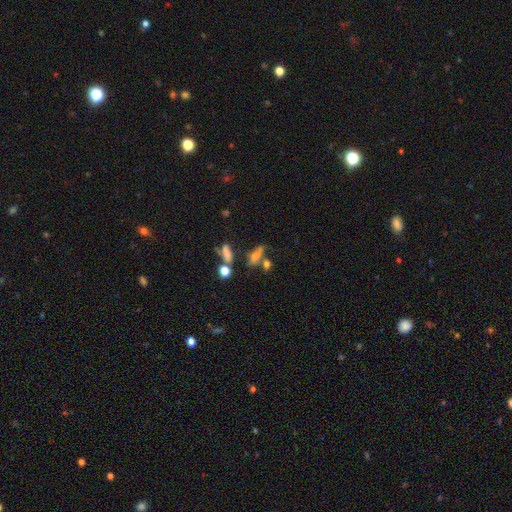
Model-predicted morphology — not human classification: type=smooth (56%); roundness=in between (60%); merging=none (45%).